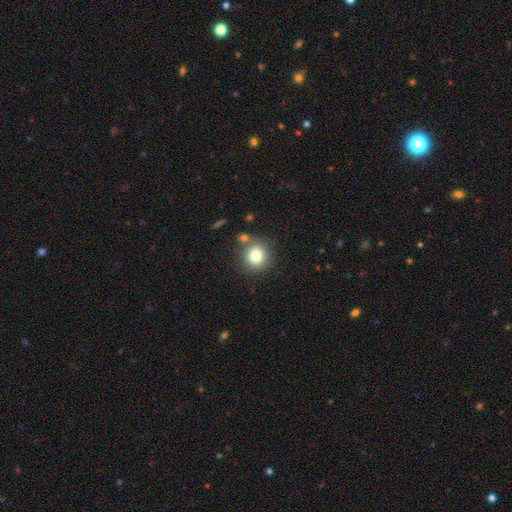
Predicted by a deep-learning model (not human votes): Overall: smooth (81%). How rounded: round (87%). Merging: none (77%).